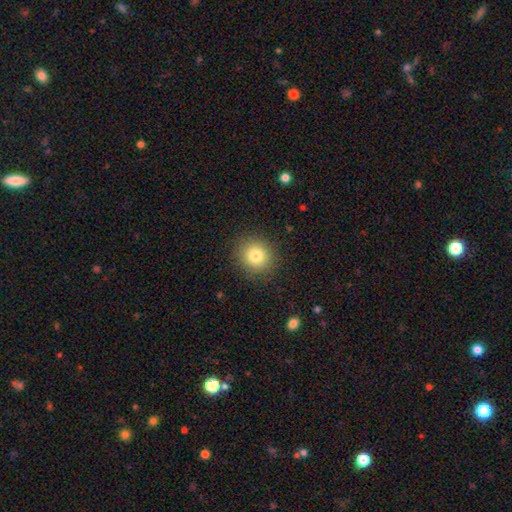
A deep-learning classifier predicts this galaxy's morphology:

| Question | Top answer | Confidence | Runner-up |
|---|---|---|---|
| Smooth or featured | smooth | 80% | star or artifact (12%) |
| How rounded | round | 87% | in between (12%) |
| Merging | none | 89% | minor disturbance (7%) |